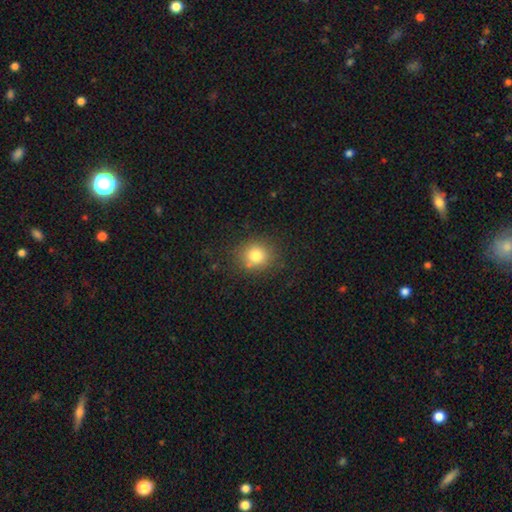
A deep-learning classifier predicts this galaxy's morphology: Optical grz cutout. It shows a smooth galaxy with no disk features (79%) that is round (78%). Merging: none (81%).